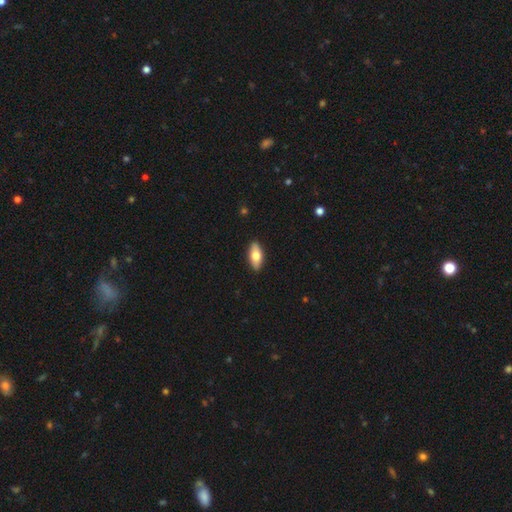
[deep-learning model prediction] A smooth galaxy with no disk features (67%) that is in between round and cigar-shaped (83%).

Vote fractions:
- Smooth or featured? smooth: 67% / featured or disk: 27% / star or artifact: 6%
- How rounded? in between: 83% / cigar-shaped: 14% / round: 3%
- Merging? none: 90% / minor disturbance: 7% / major disturbance: 2% / merger: 1%